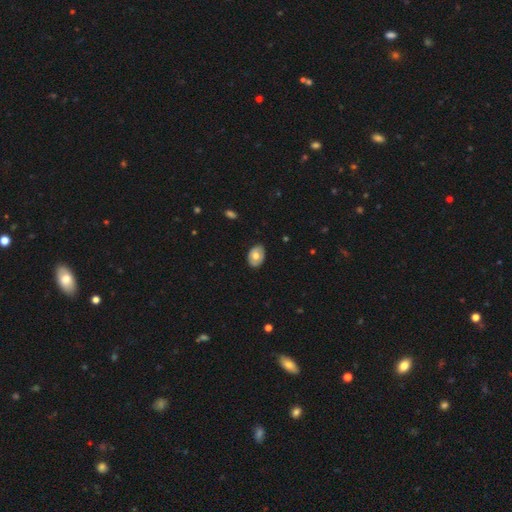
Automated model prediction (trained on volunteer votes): Smooth or featured? Predicted: smooth (p=0.67). How rounded? Predicted: in between (p=0.81). Merging? Predicted: none (p=0.85).